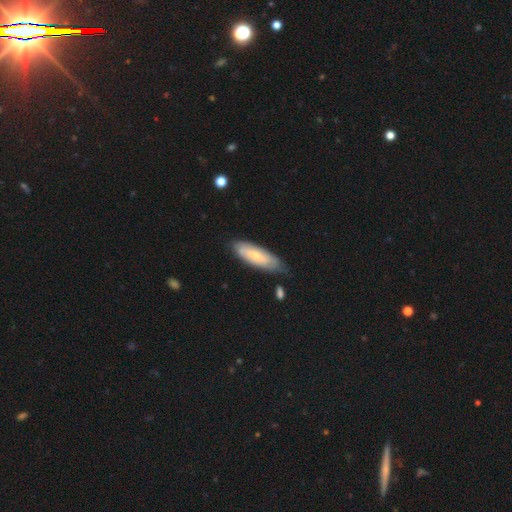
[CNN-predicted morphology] Q: Smooth or featured?
A: smooth (56%); runner-up: featured or disk (39%)
Q: How rounded?
A: in between (58%); runner-up: cigar-shaped (40%)
Q: Merging?
A: none (71%); runner-up: minor disturbance (22%)